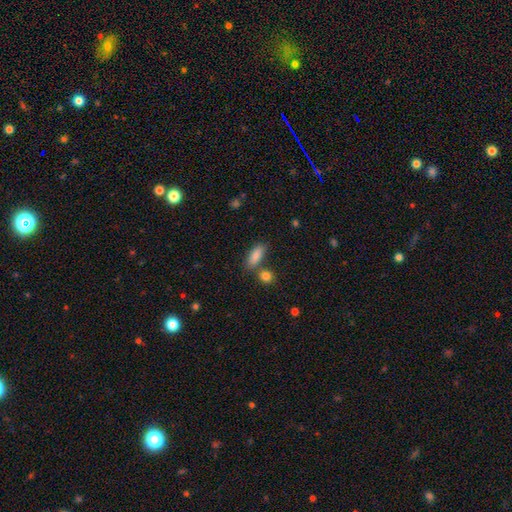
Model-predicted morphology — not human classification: Smooth or featured: smooth — 87% (star or artifact — 7%)
How rounded: in between — 75% (cigar-shaped — 21%)
Merging: none — 67% (merger — 15%)